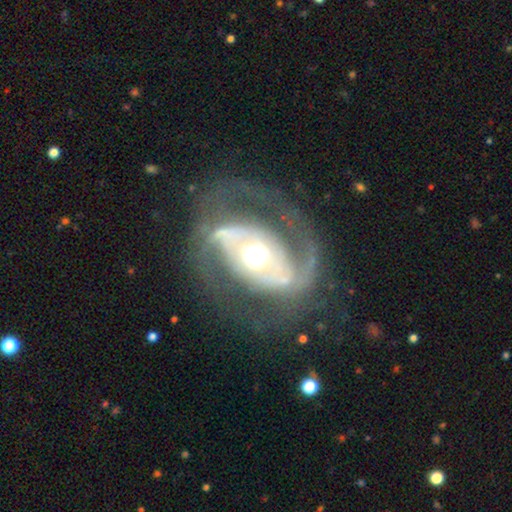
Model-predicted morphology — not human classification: smooth_or_featured: featured or disk (p=0.86) [alt: smooth p=0.08]
disk_edge_on: no (p=0.96) [alt: yes p=0.04]
bar: no (p=0.52) [alt: weak p=0.24]
has_spiral_arms: yes (p=0.86) [alt: no p=0.14]
spiral_winding: medium (p=0.49) [alt: loose p=0.27]
spiral_arm_count: 2 (p=0.83) [alt: can't tell p=0.06]
bulge_size: moderate (p=0.55) [alt: large p=0.33]
merging: none (p=0.66) [alt: major disturbance p=0.18]